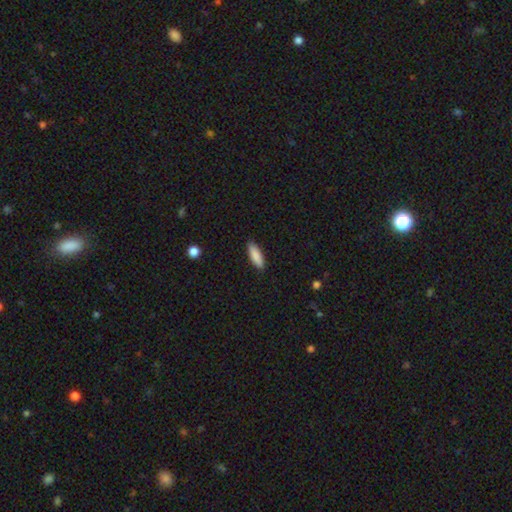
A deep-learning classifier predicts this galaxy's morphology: The model was most divided on "how rounded": in between: 58%, cigar-shaped: 41%, round: 2%. More confident: smooth or featured — smooth (89%); merging — none (88%).